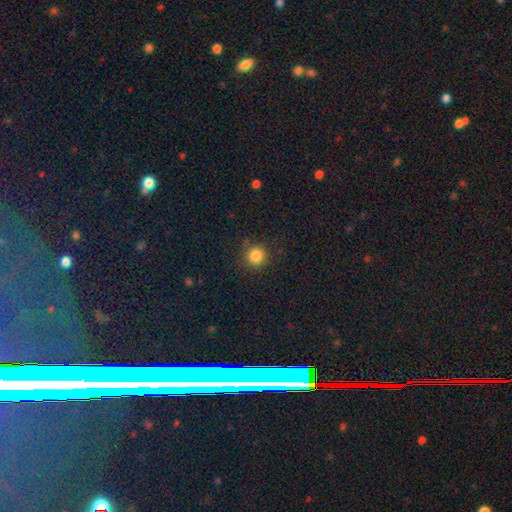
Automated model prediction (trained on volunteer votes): Morphology: type=smooth (84%); roundness=round (93%); merging=none (86%).